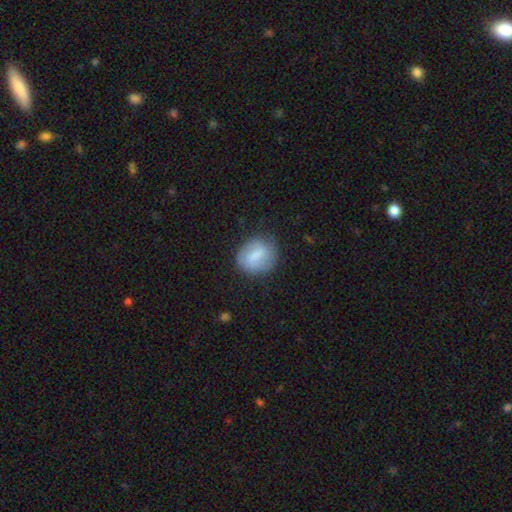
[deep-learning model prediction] Smooth or featured?
  - smooth: 63% *
  - featured or disk: 30%
  - star or artifact: 7%
How rounded?
  - round: 56% *
  - in between: 42%
  - cigar-shaped: 2%
Merging?
  - none: 72% *
  - minor disturbance: 20%
  - major disturbance: 7%
  - merger: 2%